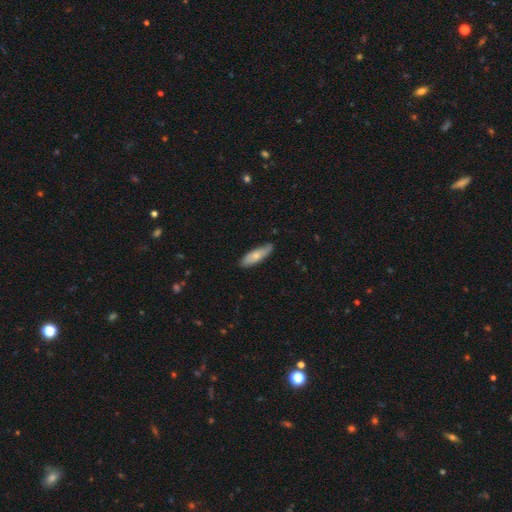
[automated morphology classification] This appears to be a smooth galaxy with no disk features (70%) that is in between round and cigar-shaped (51%). Merging: none (78%).